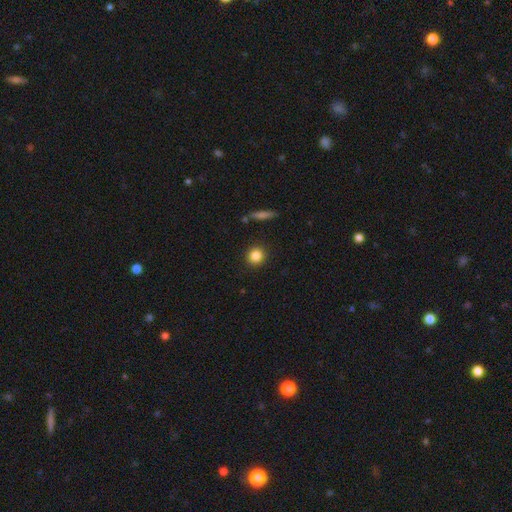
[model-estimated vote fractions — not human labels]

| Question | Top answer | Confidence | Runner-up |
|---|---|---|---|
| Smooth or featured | smooth | 85% | star or artifact (10%) |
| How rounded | round | 90% | in between (8%) |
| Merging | none | 90% | minor disturbance (6%) |